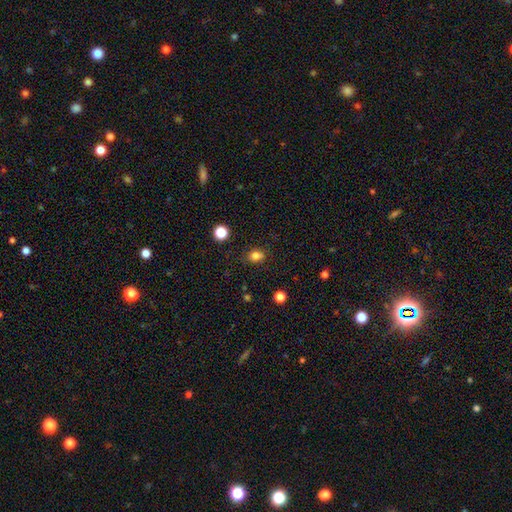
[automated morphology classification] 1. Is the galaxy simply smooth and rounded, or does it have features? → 81% smooth, 13% star or artifact, 6% featured or disk.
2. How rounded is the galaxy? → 58% in between, 41% round, 1% cigar-shaped.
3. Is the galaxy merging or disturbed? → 79% none, 14% minor disturbance, 4% major disturbance, 3% merger.